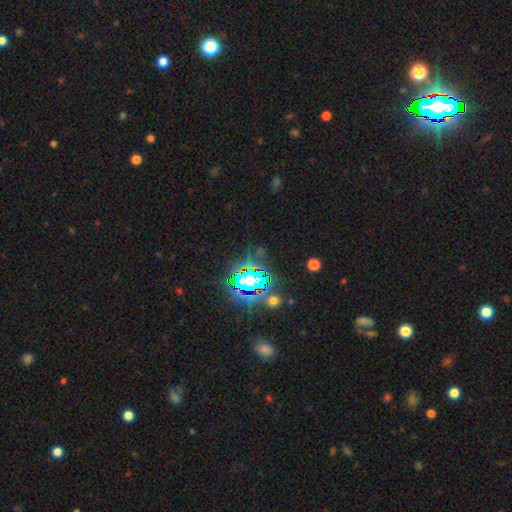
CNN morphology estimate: smooth-or-featured: star or artifact: 80% | smooth: 13% | featured or disk: 8%